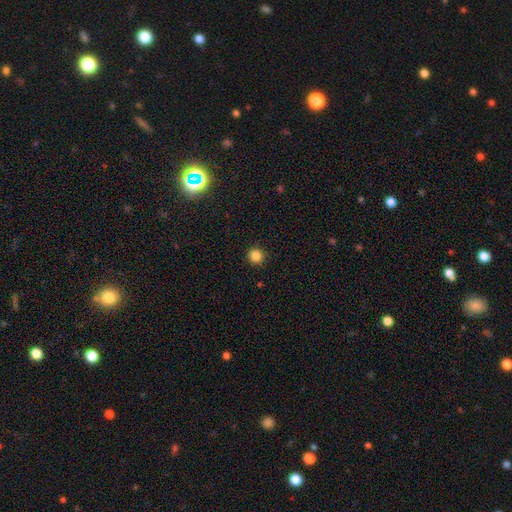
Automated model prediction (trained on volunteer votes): smooth-or-featured: smooth: 84% | star or artifact: 12% | featured or disk: 4%
  how-rounded: round: 95% | in between: 4% | cigar-shaped: 1%
  merging: none: 93% | minor disturbance: 5% | major disturbance: 2% | merger: 1%